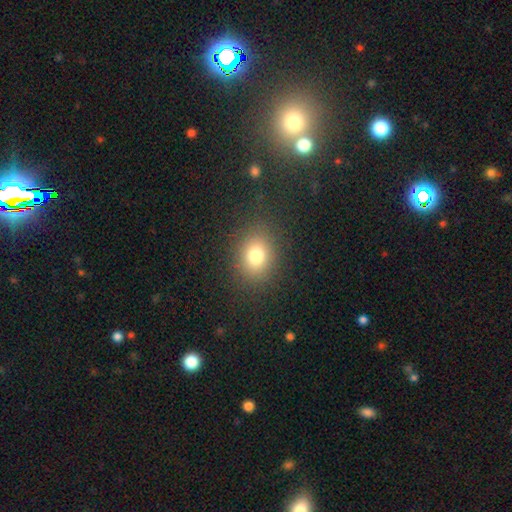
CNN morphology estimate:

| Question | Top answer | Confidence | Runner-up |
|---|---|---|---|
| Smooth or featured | smooth | 77% | star or artifact (15%) |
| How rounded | round | 58% | in between (41%) |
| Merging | none | 86% | minor disturbance (8%) |